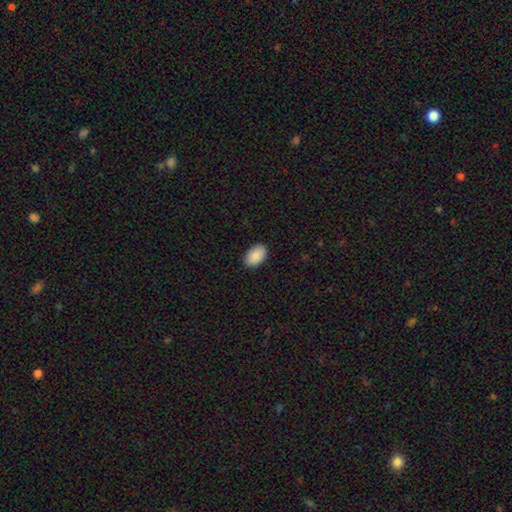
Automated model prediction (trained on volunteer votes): Overall: smooth (91%). How rounded: in between (92%). Merging: none (90%).